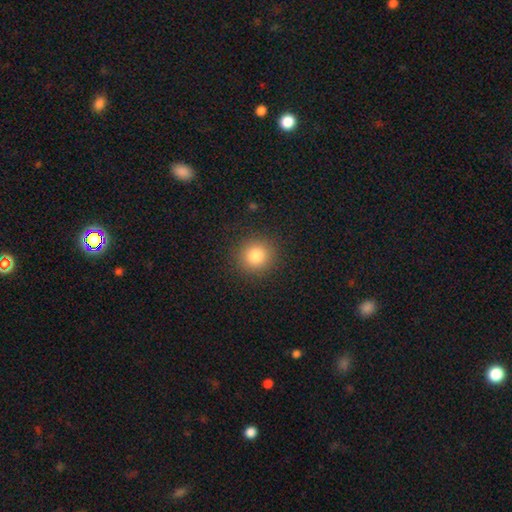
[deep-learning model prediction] smooth 82%, star or artifact 12%, featured or disk 6%. Down the decision tree: how rounded — round (92%); merging — none (90%).